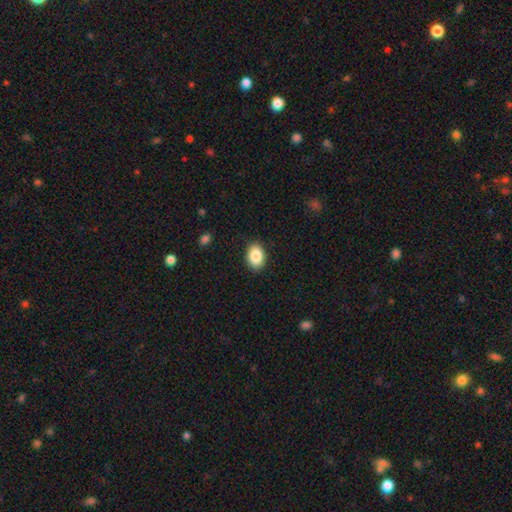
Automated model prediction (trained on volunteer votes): The model was most divided on "how rounded": in between: 80%, round: 19%, cigar-shaped: 1%. More confident: merging — none (87%); smooth or featured — smooth (87%).